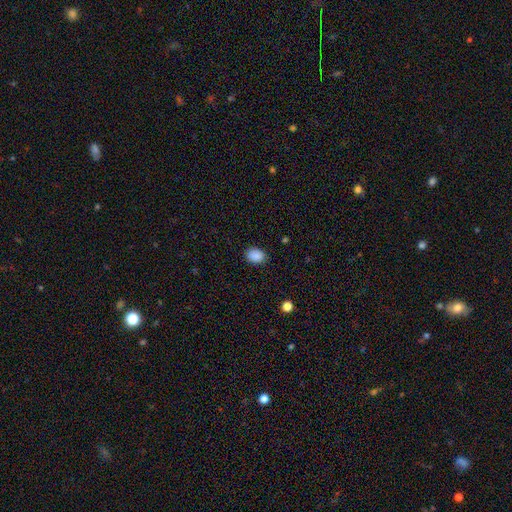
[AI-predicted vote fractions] Smooth or featured: smooth — 89% (star or artifact — 8%)
How rounded: in between — 70% (round — 29%)
Merging: none — 87% (minor disturbance — 9%)